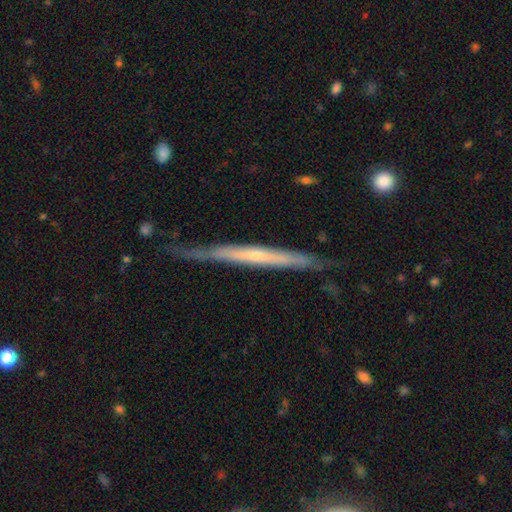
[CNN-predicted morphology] smooth-or-featured: featured or disk: 69% | smooth: 26% | star or artifact: 5%
  disk-edge-on: yes: 93% | no: 7%
    edge-on-bulge: none: 59% | rounded: 36% | boxy: 5%
  merging: none: 72% | minor disturbance: 22% | major disturbance: 4% | merger: 2%